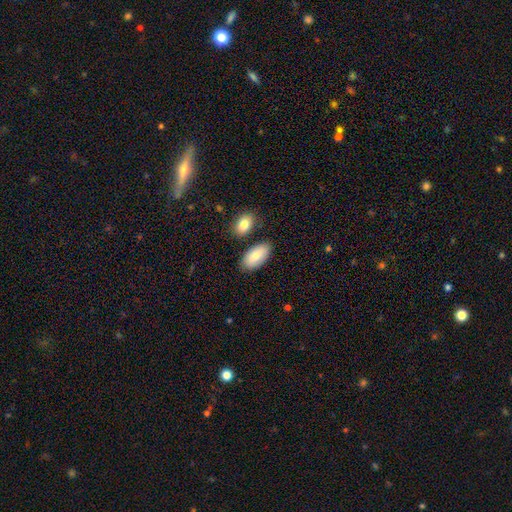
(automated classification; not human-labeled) The model was most divided on "smooth or featured": smooth: 79%, featured or disk: 15%, star or artifact: 6%. More confident: how rounded — in between (94%); merging — none (77%).